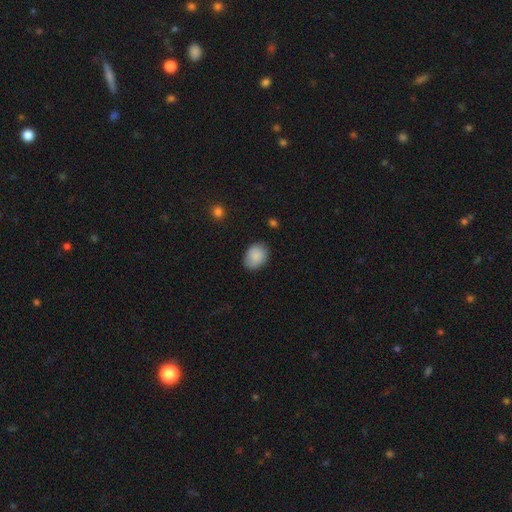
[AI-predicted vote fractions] This is clearly a smooth galaxy (86%). How rounded: likely in between (62%). Merging: likely none (78%).